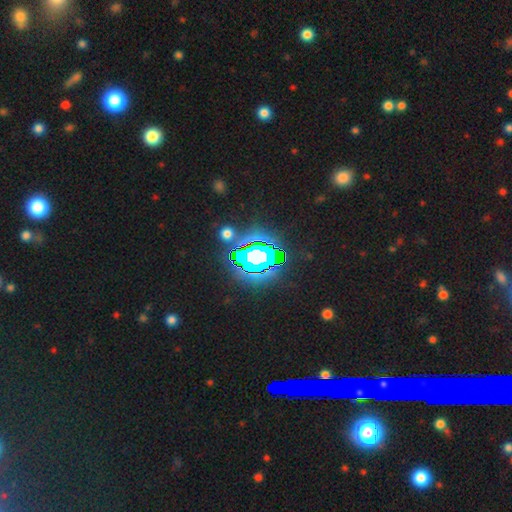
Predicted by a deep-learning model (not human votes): star or artifact 69%, featured or disk 16%, smooth 15%.